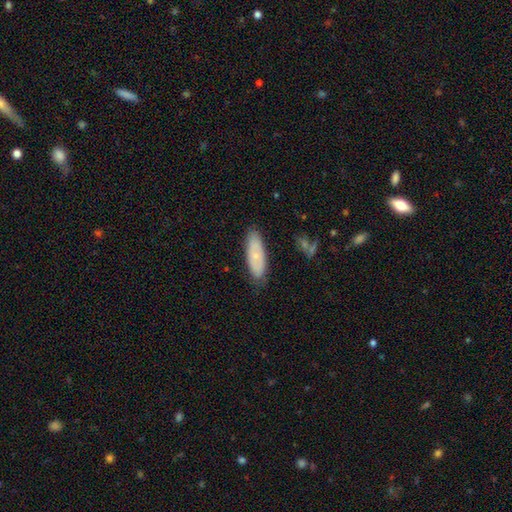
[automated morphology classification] type=smooth (64%); roundness=in between (60%); merging=none (81%).